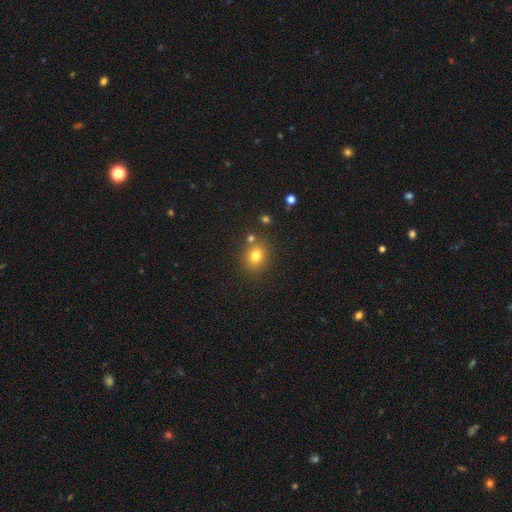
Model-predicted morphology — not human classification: A smooth galaxy with no disk features (77%) that is round (61%). Merging: none (76%).